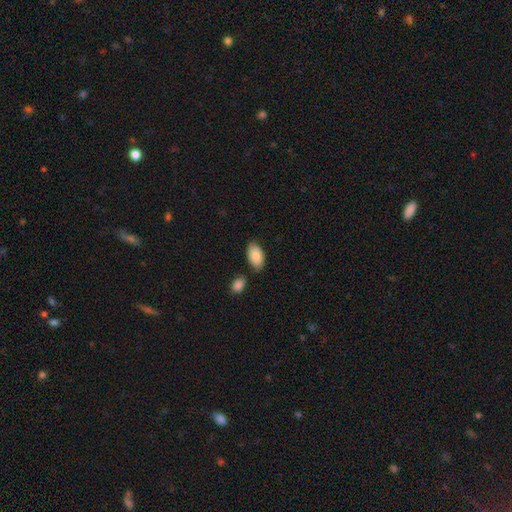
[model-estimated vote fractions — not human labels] Smooth or featured? Predicted: smooth (p=0.84). How rounded? Predicted: in between (p=0.95). Merging? Predicted: none (p=0.74).